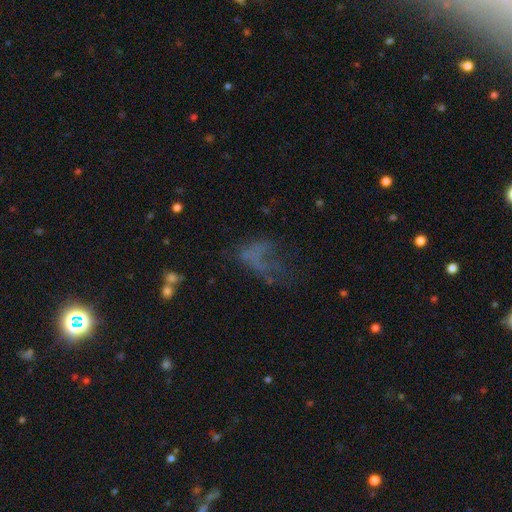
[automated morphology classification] This is marginally a featured or disk galaxy (39%). Merging: possibly major disturbance (49%).